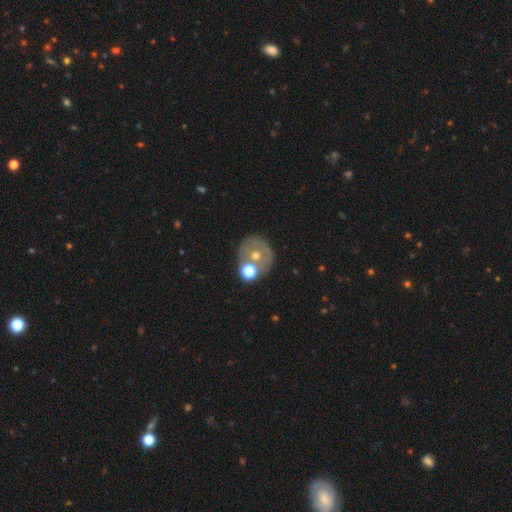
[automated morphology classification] smooth 44%, featured or disk 40%, star or artifact 16%. Down the decision tree: merging — none (57%).